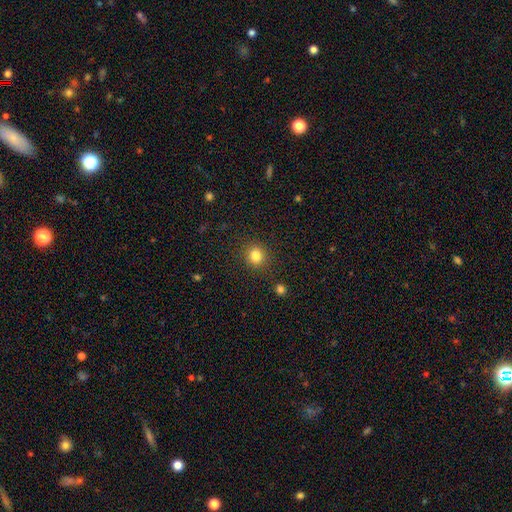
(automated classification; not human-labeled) Smooth or featured: smooth — 82% (star or artifact — 12%)
How rounded: round — 82% (in between — 17%)
Merging: none — 88% (minor disturbance — 7%)